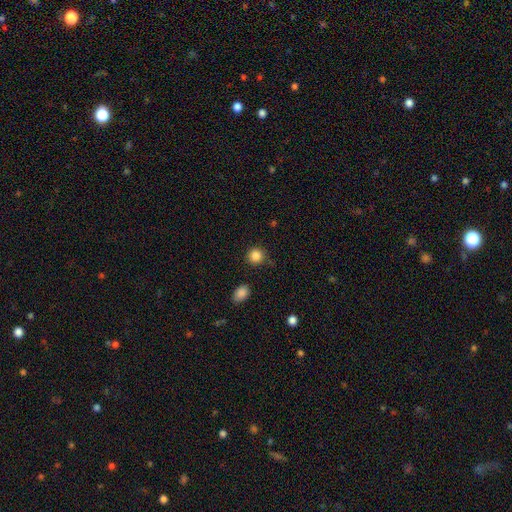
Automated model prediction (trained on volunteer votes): smooth-or-featured: smooth: 86% | star or artifact: 10% | featured or disk: 4%
  how-rounded: round: 91% | in between: 8% | cigar-shaped: 1%
  merging: none: 82% | minor disturbance: 11% | merger: 3% | major disturbance: 3%